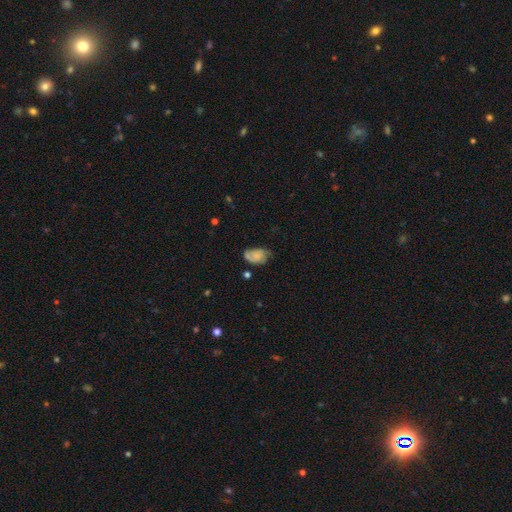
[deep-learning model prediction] This is possibly a smooth galaxy (51%). How rounded: clearly in between (86%). Merging: possibly none (49%).